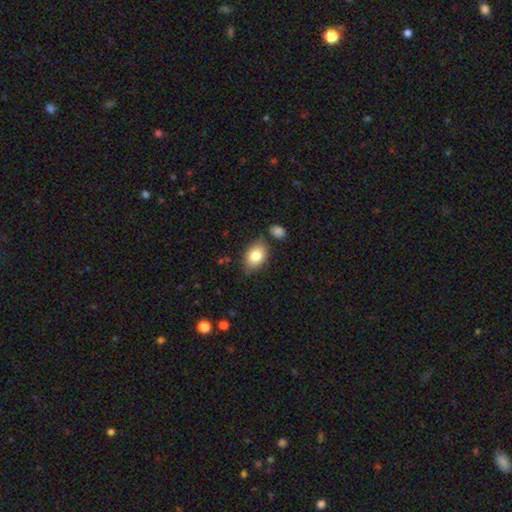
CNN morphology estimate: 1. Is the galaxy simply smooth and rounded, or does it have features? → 81% smooth, 11% featured or disk, 8% star or artifact.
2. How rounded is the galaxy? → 78% in between, 21% round, 1% cigar-shaped.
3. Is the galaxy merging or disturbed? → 77% none, 15% minor disturbance, 5% merger, 3% major disturbance.